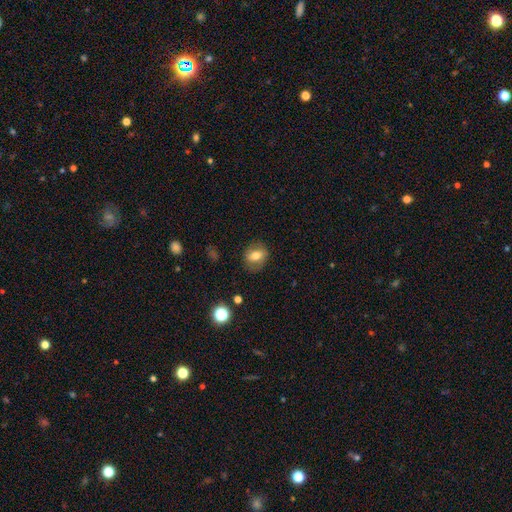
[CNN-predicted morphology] This is likely a smooth galaxy (61%). How rounded: possibly in between (49%, tied with round). Merging: likely none (79%).